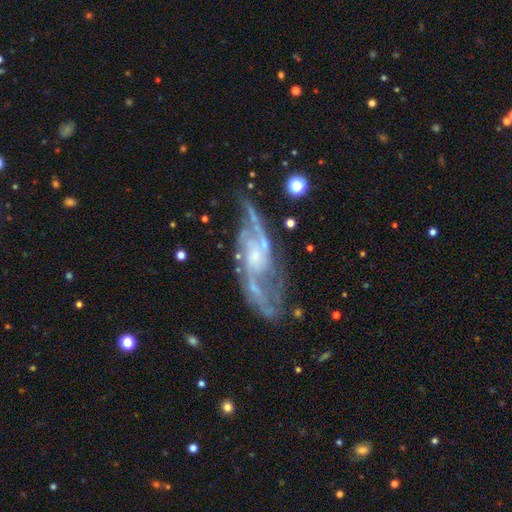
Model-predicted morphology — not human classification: Smooth or featured? featured or disk (88%)
Edge-on disk? no (91%)
Bar? no (53%)
Spiral arms? yes (95%)
Spiral winding? medium (49%)
Spiral arm count? 2 (66%)
Bulge size? small (54%)
Merging? none (64%)